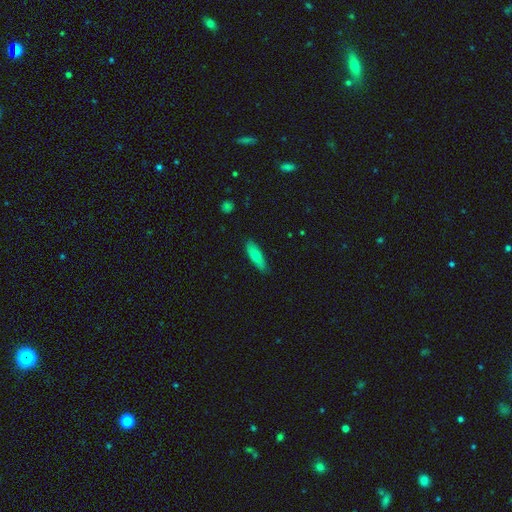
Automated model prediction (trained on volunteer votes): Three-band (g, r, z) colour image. It shows a smooth galaxy with no disk features (69%) that is in between round and cigar-shaped (49%). Merging: none (86%).